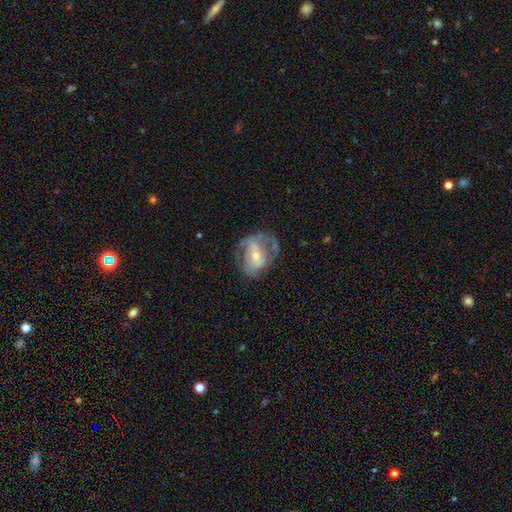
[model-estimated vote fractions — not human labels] This appears to be a featured or disk galaxy (67%) with no bar (44%), spiral arms (66%) and a small central bulge (47%). Merging: none (48%).